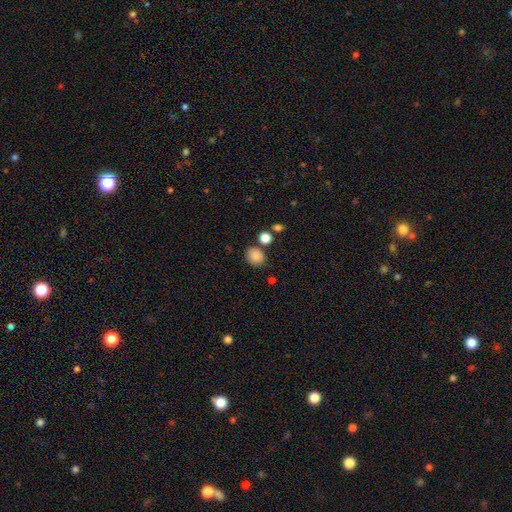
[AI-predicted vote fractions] This is clearly a smooth galaxy (86%). How rounded: likely round (69%). Merging: likely none (77%).